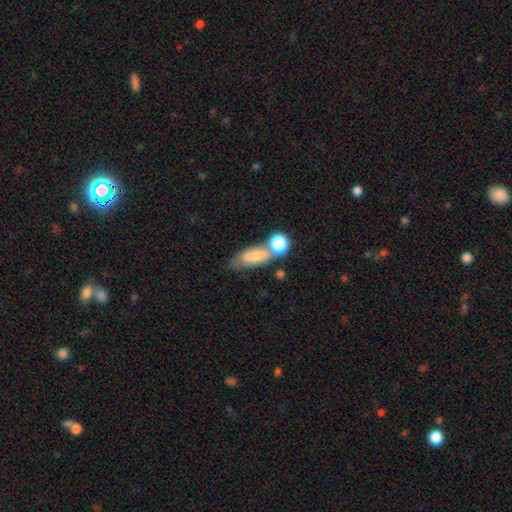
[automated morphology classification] smooth-or-featured: smooth: 73% | featured or disk: 17% | star or artifact: 9%
  how-rounded: in between: 71% | cigar-shaped: 20% | round: 9%
  merging: merger: 38% | none: 35% | minor disturbance: 17% | major disturbance: 10%